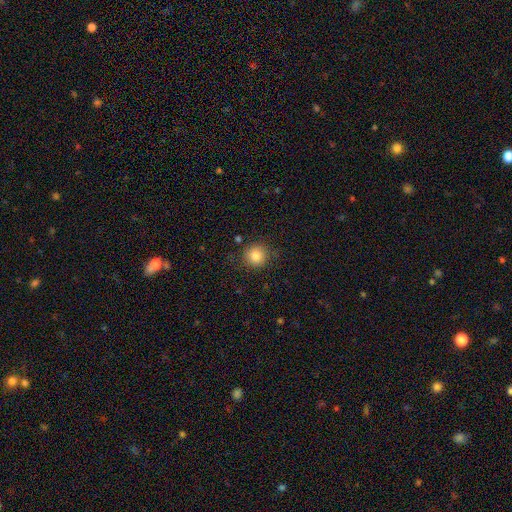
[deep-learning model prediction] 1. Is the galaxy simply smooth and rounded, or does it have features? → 83% smooth, 11% star or artifact, 6% featured or disk.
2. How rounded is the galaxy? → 92% round, 7% in between, 1% cigar-shaped.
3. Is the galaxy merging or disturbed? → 85% none, 10% minor disturbance, 3% major disturbance, 2% merger.